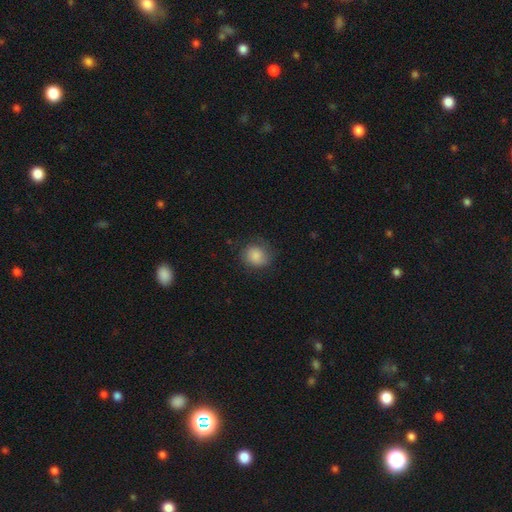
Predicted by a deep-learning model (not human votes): Smooth or featured?
  - smooth: 85% *
  - star or artifact: 8%
  - featured or disk: 7%
How rounded?
  - round: 79% *
  - in between: 20%
  - cigar-shaped: 1%
Merging?
  - none: 74% *
  - minor disturbance: 18%
  - major disturbance: 6%
  - merger: 1%